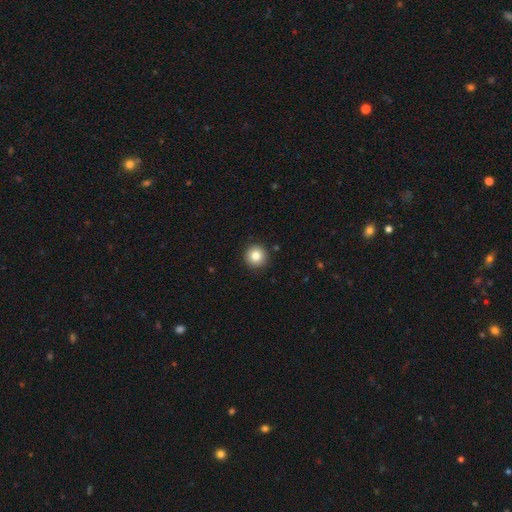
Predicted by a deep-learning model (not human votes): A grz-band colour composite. It shows a smooth galaxy with no disk features (83%) that is round (95%). Merging: none (92%).